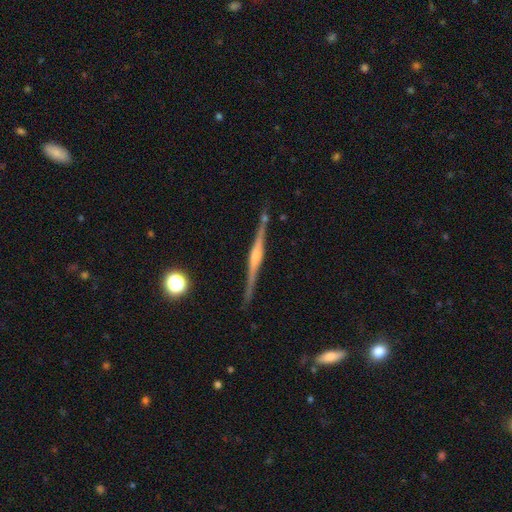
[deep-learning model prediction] Smooth or featured: featured or disk — 86% (smooth — 9%)
Edge-on disk: yes — 99% (no — 1%)
Edge-on bulge: rounded — 79% (boxy — 12%)
Merging: none — 90% (minor disturbance — 7%)